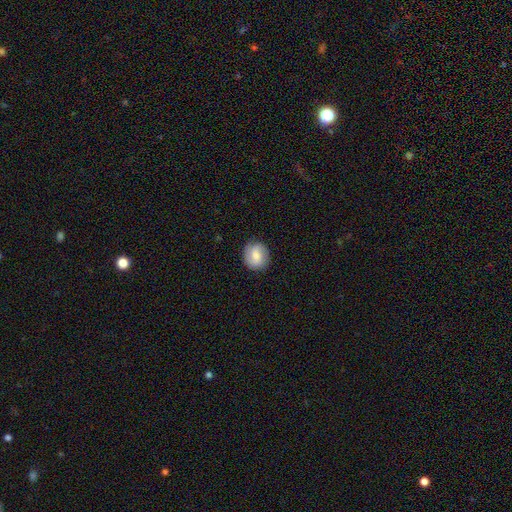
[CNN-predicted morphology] Smooth or featured: smooth — 66% (featured or disk — 27%)
How rounded: round — 79% (in between — 20%)
Merging: none — 86% (minor disturbance — 11%)